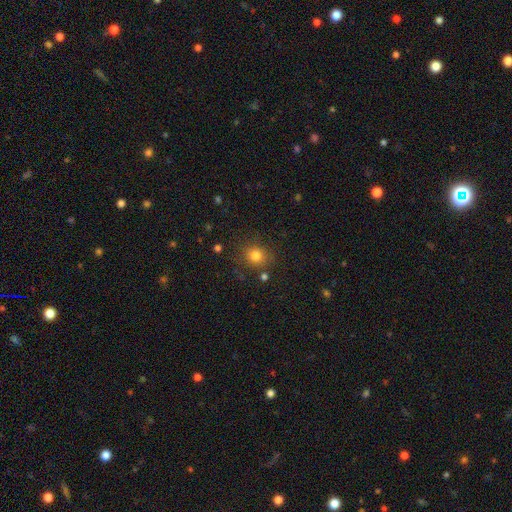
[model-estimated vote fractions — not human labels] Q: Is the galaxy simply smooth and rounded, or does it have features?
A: smooth — 80%.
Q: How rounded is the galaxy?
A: round — 81%.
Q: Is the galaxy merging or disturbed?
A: none — 82%.